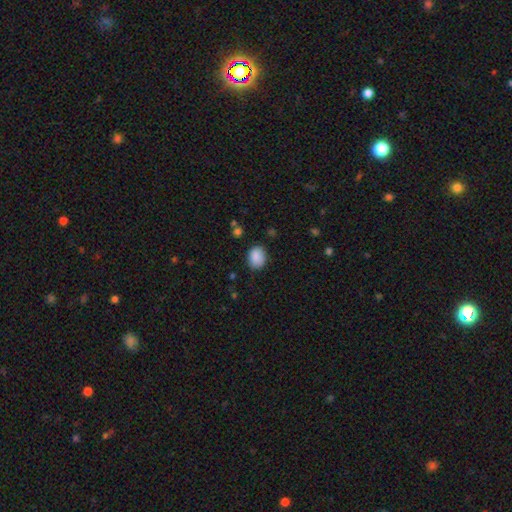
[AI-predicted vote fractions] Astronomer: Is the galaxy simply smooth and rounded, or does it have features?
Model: smooth — 88%.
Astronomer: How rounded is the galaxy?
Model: in between — 60% (runner-up: round, 39%).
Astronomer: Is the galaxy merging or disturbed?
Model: none — 79%.